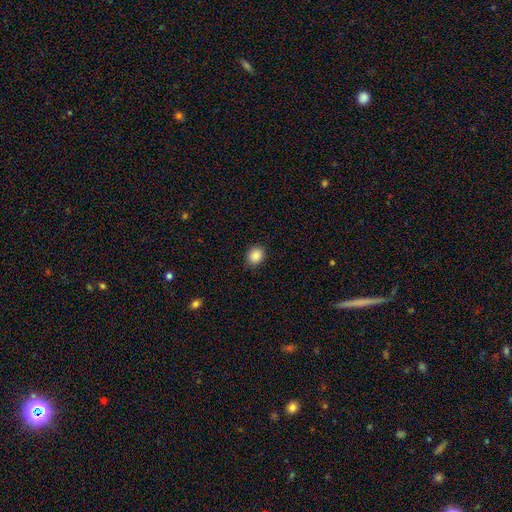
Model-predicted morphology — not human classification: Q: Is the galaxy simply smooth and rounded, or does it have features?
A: smooth — 88%.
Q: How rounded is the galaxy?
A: round — 61%.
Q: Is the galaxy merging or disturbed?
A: none — 89%.